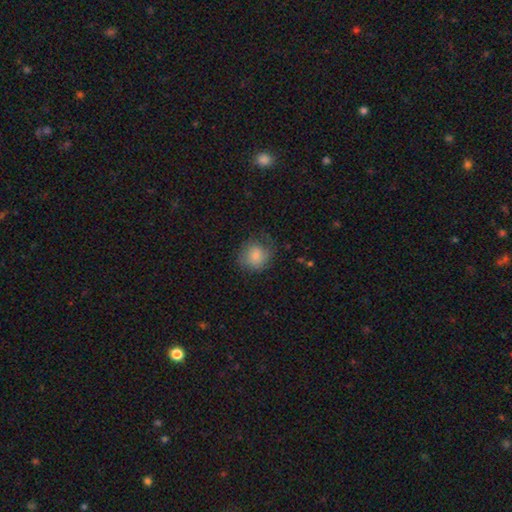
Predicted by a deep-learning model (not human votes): The model was most divided on "merging": none: 61%, minor disturbance: 23%, major disturbance: 14%, merger: 1%. More confident: how rounded — round (82%); smooth or featured — smooth (72%).